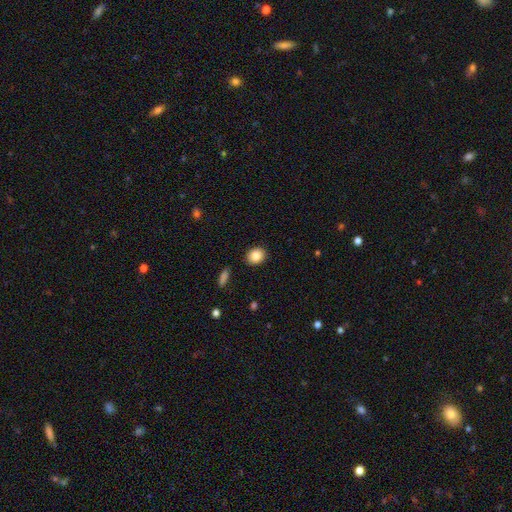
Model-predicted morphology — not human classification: Smooth or featured: smooth — 85% (star or artifact — 9%)
How rounded: round — 58% (in between — 41%)
Merging: none — 90% (minor disturbance — 7%)